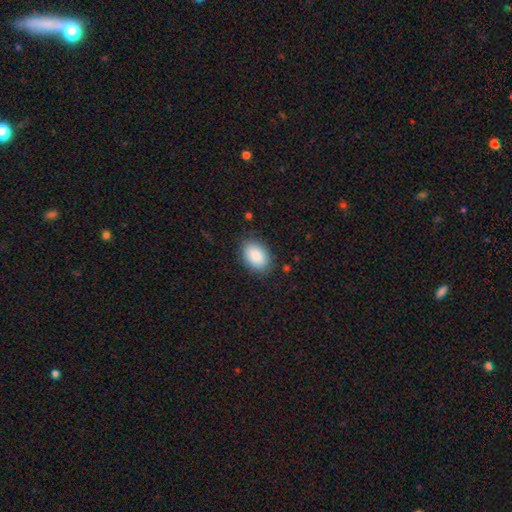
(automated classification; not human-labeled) smooth 88%, star or artifact 7%, featured or disk 5%. Down the decision tree: how rounded — in between (87%); merging — none (84%).